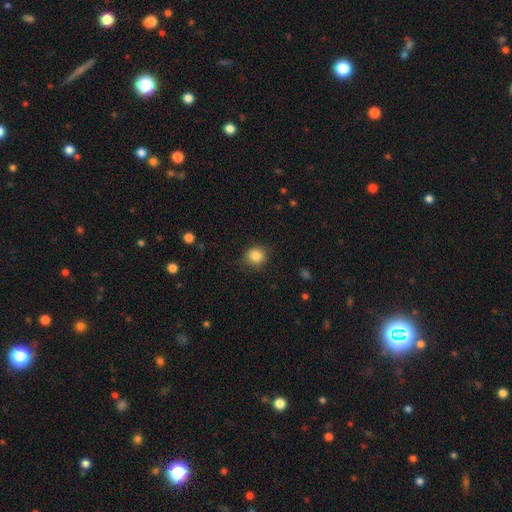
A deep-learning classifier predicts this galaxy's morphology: The model was most divided on "merging": none: 84%, minor disturbance: 12%, major disturbance: 3%, merger: 1%. More confident: how rounded — round (89%); smooth or featured — smooth (85%).